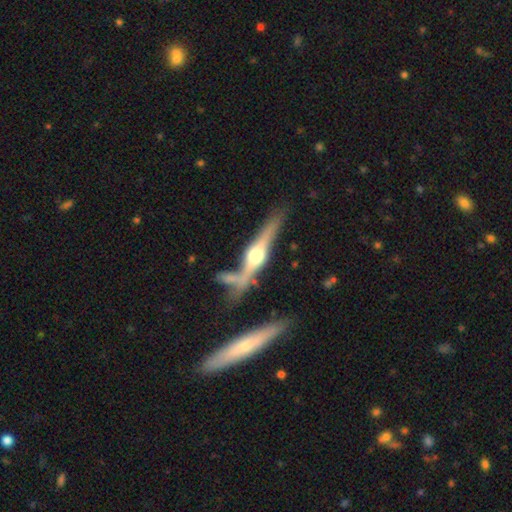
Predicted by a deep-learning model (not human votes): Overall: featured or disk (77%). Edge-on disk: yes (93%). Edge-on bulge: rounded (94%). Merging: none (59%).